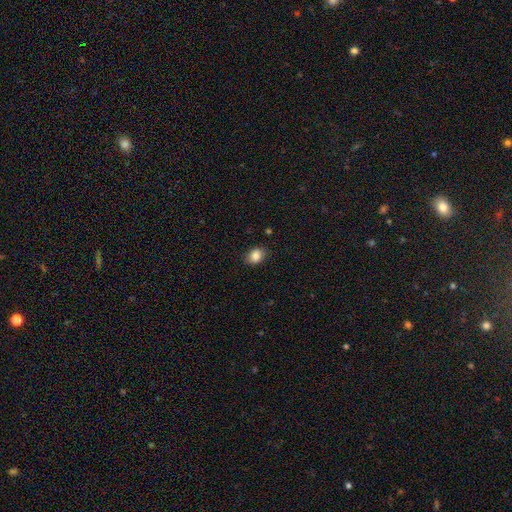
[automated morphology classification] This is clearly a smooth galaxy (86%). How rounded: likely in between (65%). Merging: clearly none (85%).